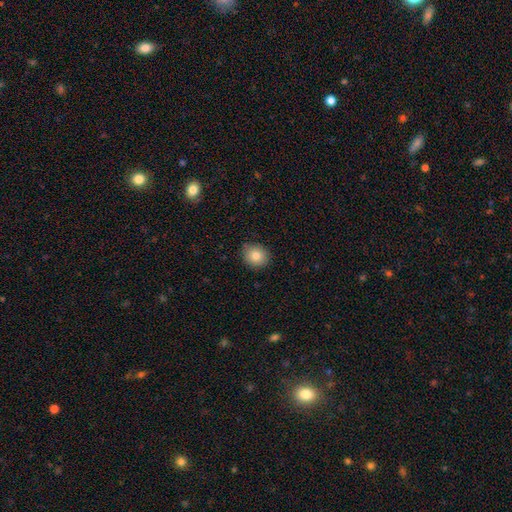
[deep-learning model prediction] Morphology: type=smooth (82%); roundness=round (80%); merging=none (85%).